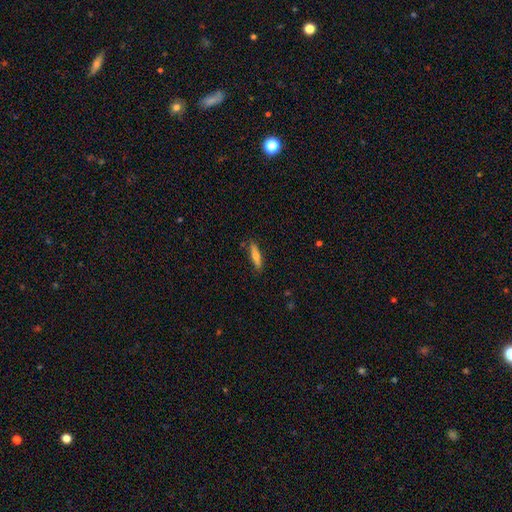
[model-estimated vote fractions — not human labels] Q: Smooth or featured?
A: smooth (63%); runner-up: featured or disk (30%)
Q: How rounded?
A: cigar-shaped (80%); runner-up: in between (19%)
Q: Merging?
A: none (83%); runner-up: minor disturbance (13%)